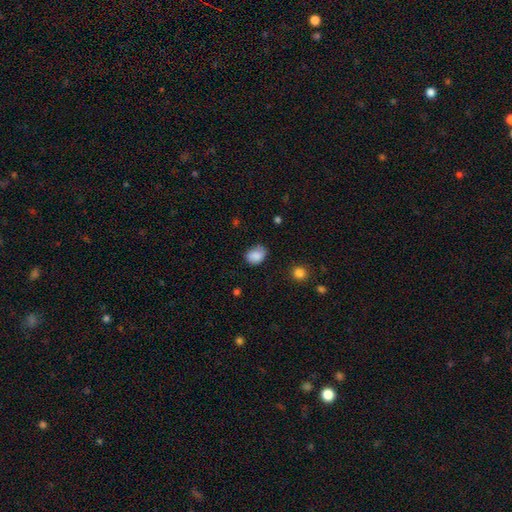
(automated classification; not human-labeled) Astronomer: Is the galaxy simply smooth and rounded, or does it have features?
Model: smooth — 86%.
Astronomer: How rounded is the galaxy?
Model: in between — 65%.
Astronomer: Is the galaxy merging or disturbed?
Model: none — 65%.